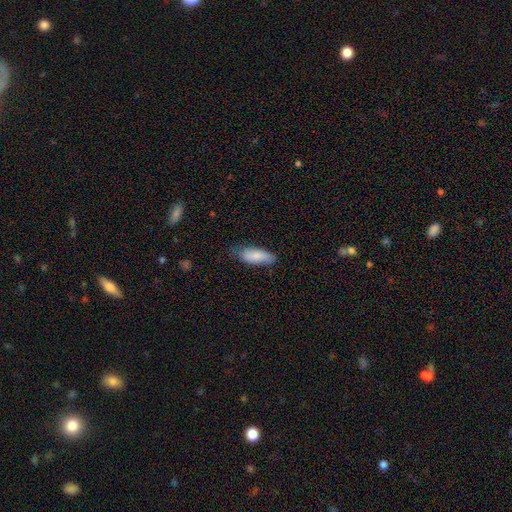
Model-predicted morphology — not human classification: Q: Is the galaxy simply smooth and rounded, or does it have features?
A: smooth — 84%.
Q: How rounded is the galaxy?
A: in between — 76%.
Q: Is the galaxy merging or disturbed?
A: none — 68%.